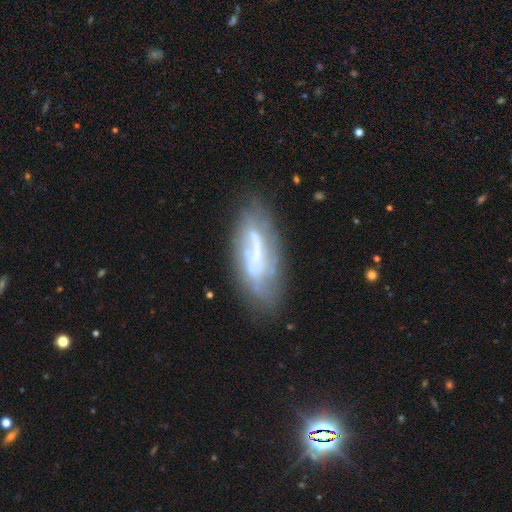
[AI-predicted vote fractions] Overall: featured or disk (61%; smooth 30%). Edge-on disk: no (84%). Bar: no (45%; strong 28%). Spiral arms: no (58%; yes 42%). Bulge size: none (52%; small 22%). Merging: none (56%; minor disturbance 24%).